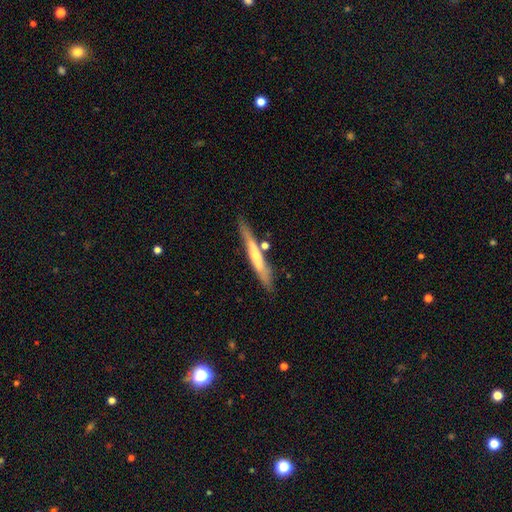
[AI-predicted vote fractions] Overall: featured or disk (50%; smooth 44%). Edge-on disk: yes (89%). Merging: none (74%).